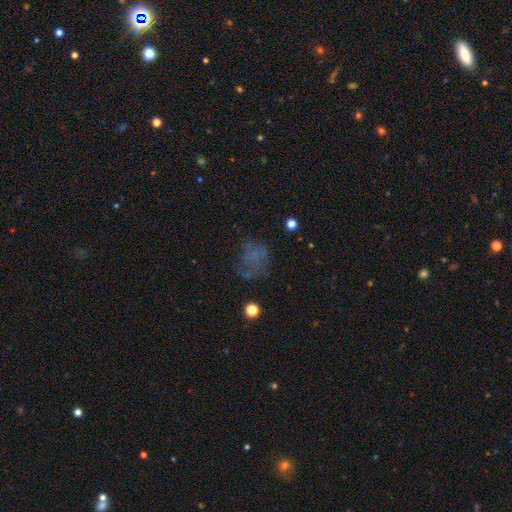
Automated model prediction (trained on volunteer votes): This is marginally a smooth galaxy (45%). Merging: marginally none (45%).